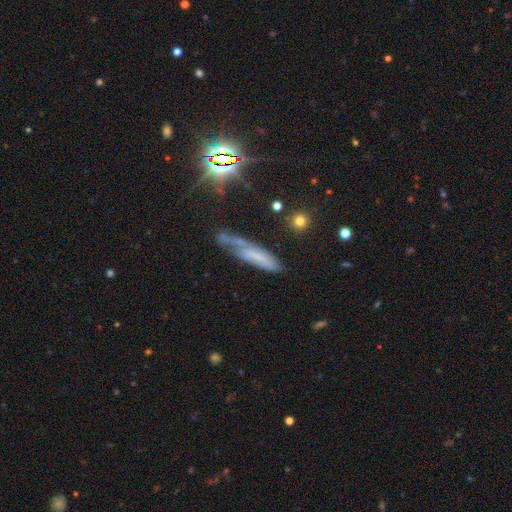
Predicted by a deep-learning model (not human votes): The model was most divided on "smooth or featured": featured or disk: 41%, smooth: 40%, star or artifact: 19%. Remaining: merging — none (40%).